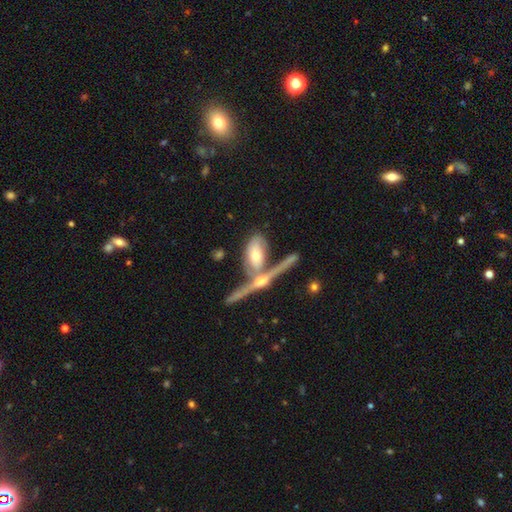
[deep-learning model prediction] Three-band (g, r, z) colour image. It shows a featured or disk galaxy (55%) viewed edge-on (70%). Merging: merger (41%, tied with none).